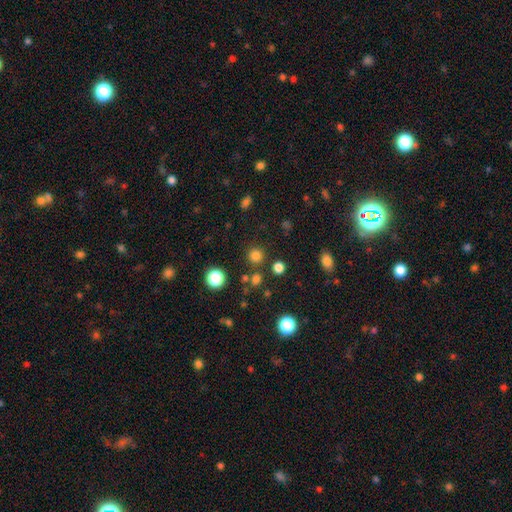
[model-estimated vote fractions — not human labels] This is likely a smooth galaxy (79%). How rounded: clearly round (94%). Merging: clearly none (86%).